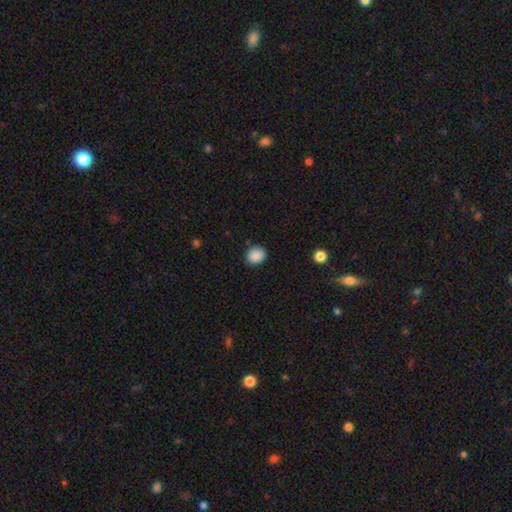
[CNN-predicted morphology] Overall: smooth (88%). How rounded: round (64%; in between 35%). Merging: none (84%).